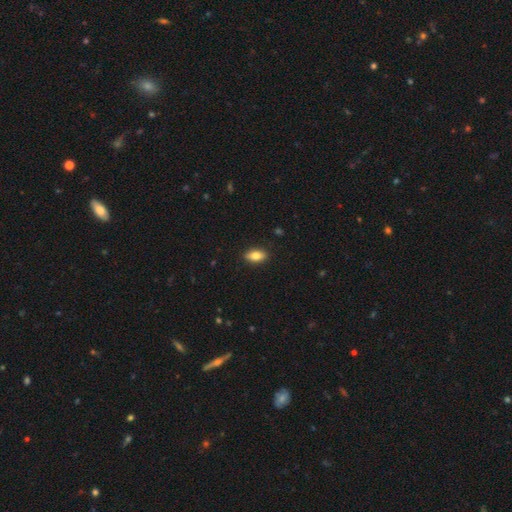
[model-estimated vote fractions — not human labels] This is clearly a smooth galaxy (80%). How rounded: clearly in between (86%). Merging: clearly none (88%).